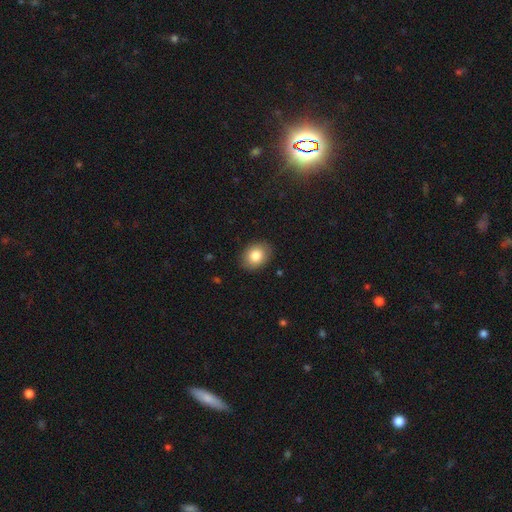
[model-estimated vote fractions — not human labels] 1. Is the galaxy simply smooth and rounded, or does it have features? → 83% smooth, 9% featured or disk, 8% star or artifact.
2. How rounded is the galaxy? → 66% in between, 33% round, 1% cigar-shaped.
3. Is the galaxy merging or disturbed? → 88% none, 9% minor disturbance, 2% major disturbance, 1% merger.